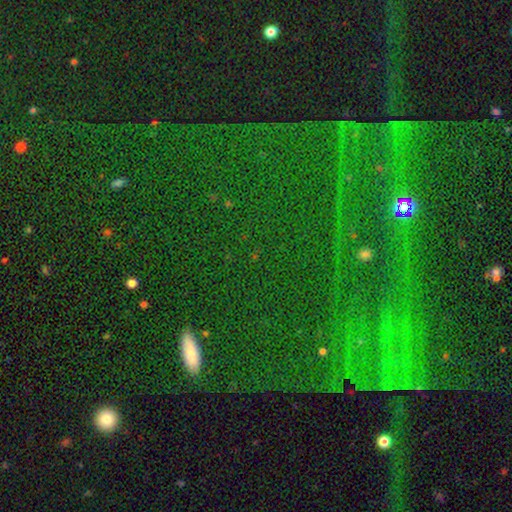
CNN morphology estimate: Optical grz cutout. It shows a star or artifact, not a galaxy (73%).